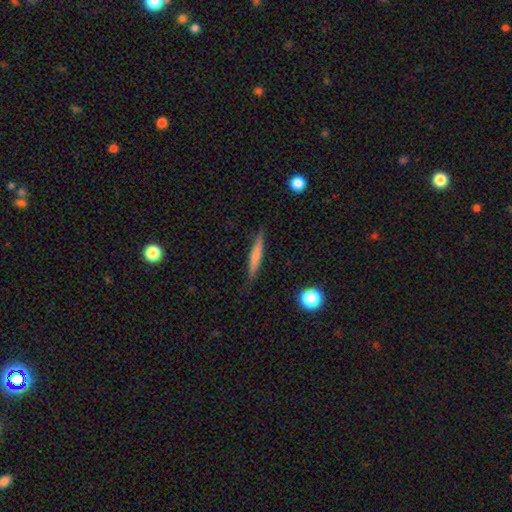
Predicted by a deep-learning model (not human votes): smooth-or-featured: smooth: 59% | featured or disk: 34% | star or artifact: 7%
  how-rounded: cigar-shaped: 92% | in between: 5% | round: 2%
  merging: none: 86% | minor disturbance: 10% | major disturbance: 2% | merger: 1%